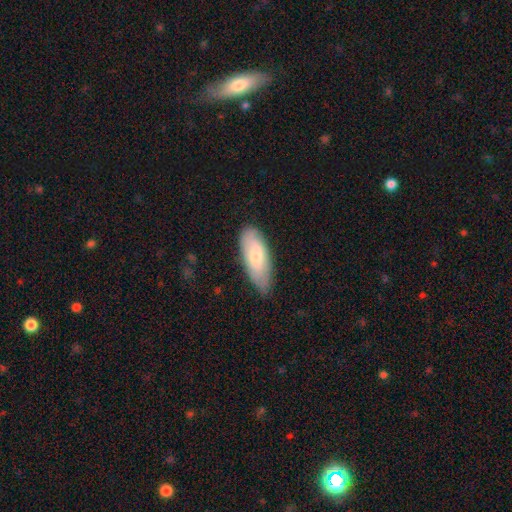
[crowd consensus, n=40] A smooth galaxy with no disk features (62%) that is in between round and cigar-shaped (56%). Merging: none (71%).